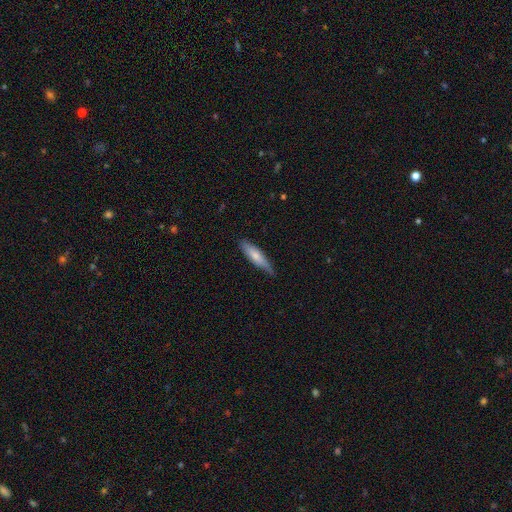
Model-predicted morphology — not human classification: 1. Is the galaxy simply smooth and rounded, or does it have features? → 69% smooth, 26% featured or disk, 6% star or artifact.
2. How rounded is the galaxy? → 69% cigar-shaped, 29% in between, 2% round.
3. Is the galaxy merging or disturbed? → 70% none, 24% minor disturbance, 4% major disturbance, 1% merger.